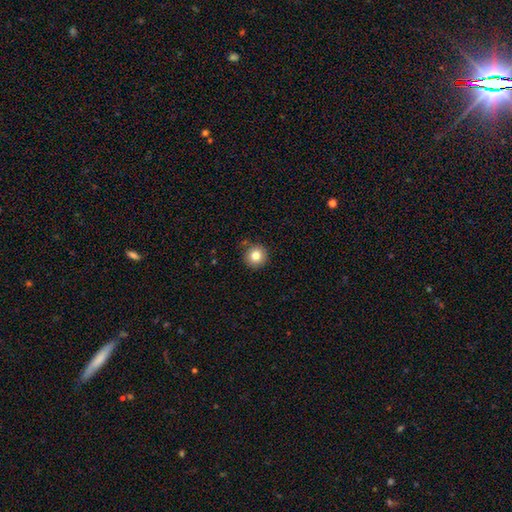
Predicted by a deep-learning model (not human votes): This is clearly a smooth galaxy (81%). How rounded: clearly round (95%). Merging: clearly none (85%).